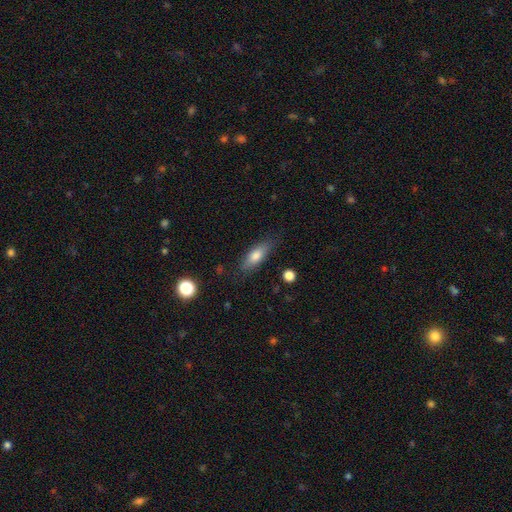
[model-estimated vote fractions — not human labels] Smooth or featured? Predicted: smooth (p=0.74). How rounded? Predicted: in between (p=0.65). Merging? Predicted: none (p=0.81).